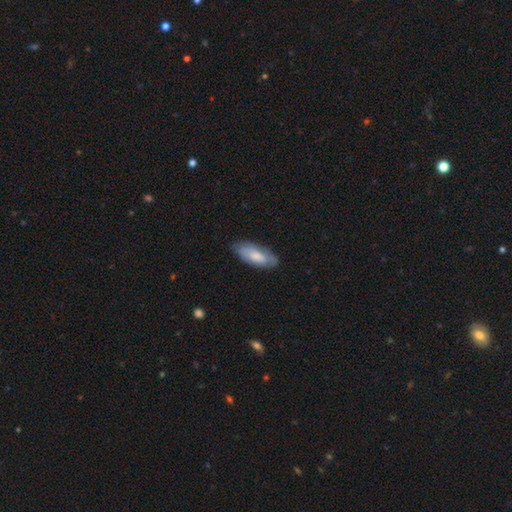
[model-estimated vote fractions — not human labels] A smooth galaxy with no disk features (75%) that is in between round and cigar-shaped (76%). Merging: none (74%).